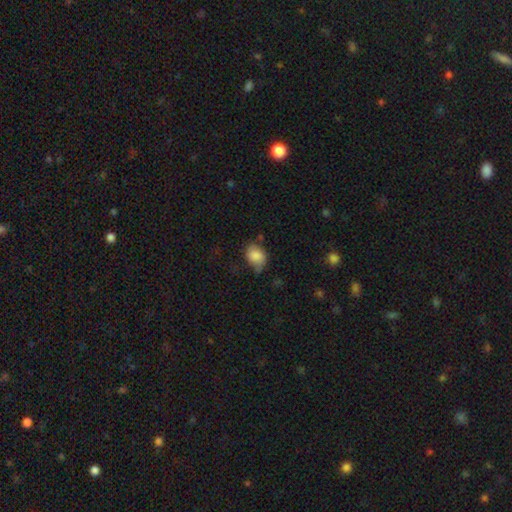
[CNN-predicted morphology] Smooth or featured? smooth (81%)
How rounded? in between (56%)
Merging? none (48%)